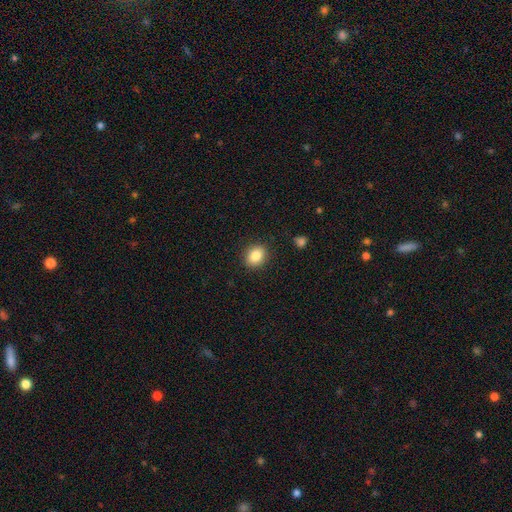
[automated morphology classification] Q: Smooth or featured?
A: smooth (84%); runner-up: star or artifact (9%)
Q: How rounded?
A: round (51%); runner-up: in between (48%)
Q: Merging?
A: none (89%); runner-up: minor disturbance (8%)